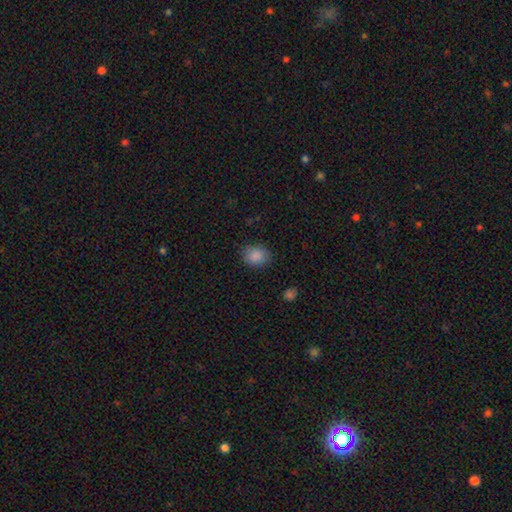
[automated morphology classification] Smooth or featured? smooth (87%)
How rounded? round (56%)
Merging? none (84%)